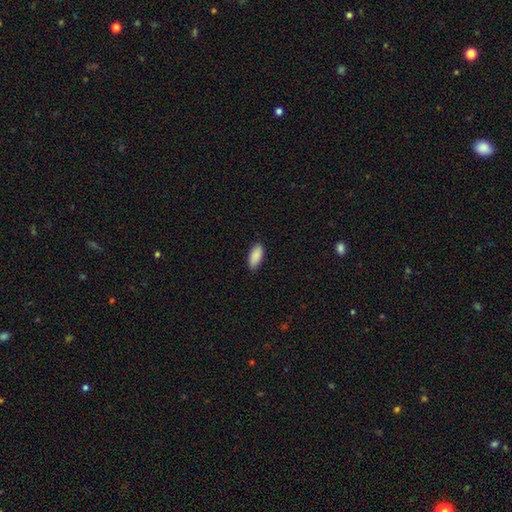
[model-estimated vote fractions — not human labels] smooth_or_featured: smooth (p=0.90) [alt: star or artifact p=0.06]
how_rounded: in between (p=0.87) [alt: cigar-shaped p=0.11]
merging: none (p=0.86) [alt: minor disturbance p=0.11]